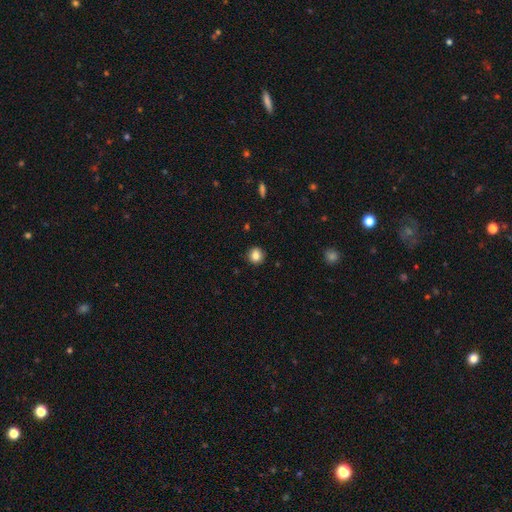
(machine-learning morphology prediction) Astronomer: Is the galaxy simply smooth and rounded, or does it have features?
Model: smooth — 83%.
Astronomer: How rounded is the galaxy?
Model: round — 88%.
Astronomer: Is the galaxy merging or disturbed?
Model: none — 90%.